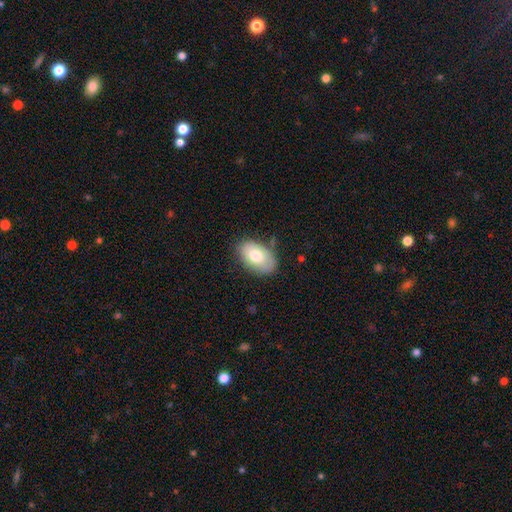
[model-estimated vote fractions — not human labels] Overall: smooth (75%). How rounded: in between (91%). Merging: none (76%).